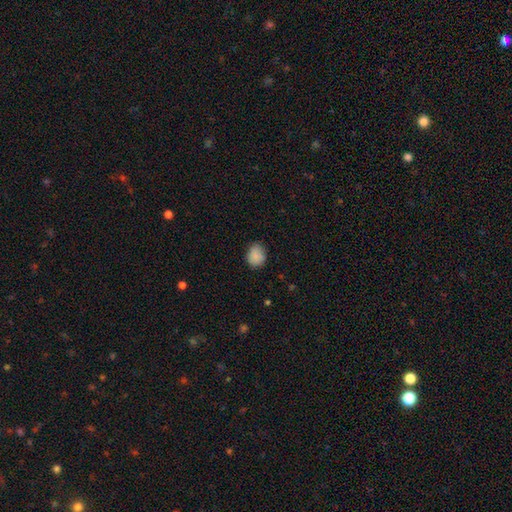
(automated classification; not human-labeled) Q: Smooth or featured?
A: smooth (88%); runner-up: star or artifact (8%)
Q: How rounded?
A: round (52%); runner-up: in between (47%)
Q: Merging?
A: none (74%); runner-up: minor disturbance (21%)